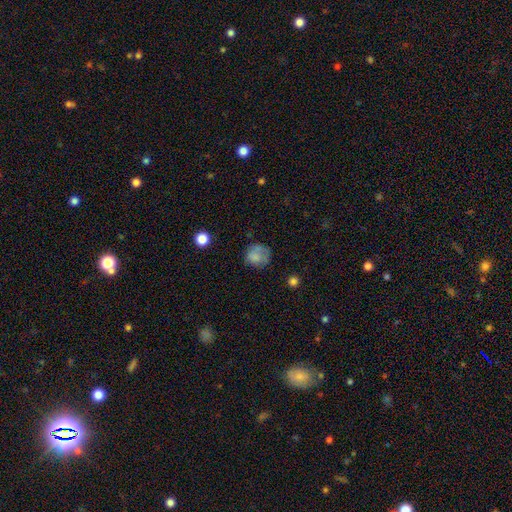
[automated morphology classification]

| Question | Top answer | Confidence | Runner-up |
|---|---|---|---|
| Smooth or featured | smooth | 75% | featured or disk (14%) |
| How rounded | round | 80% | in between (19%) |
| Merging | none | 57% | minor disturbance (26%) |